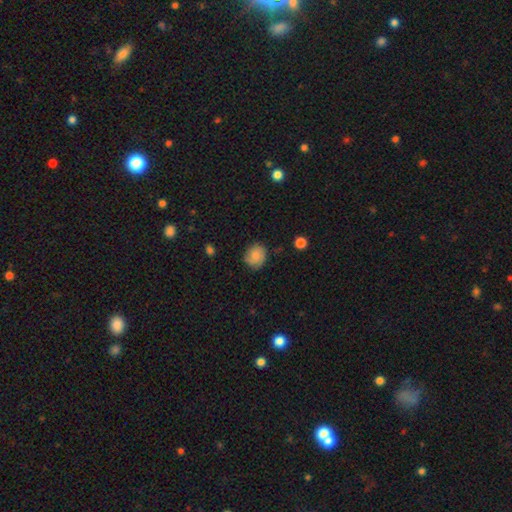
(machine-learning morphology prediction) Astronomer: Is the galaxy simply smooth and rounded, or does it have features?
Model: smooth — 77%.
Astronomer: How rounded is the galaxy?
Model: round — 72%.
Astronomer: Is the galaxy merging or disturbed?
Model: none — 73%.